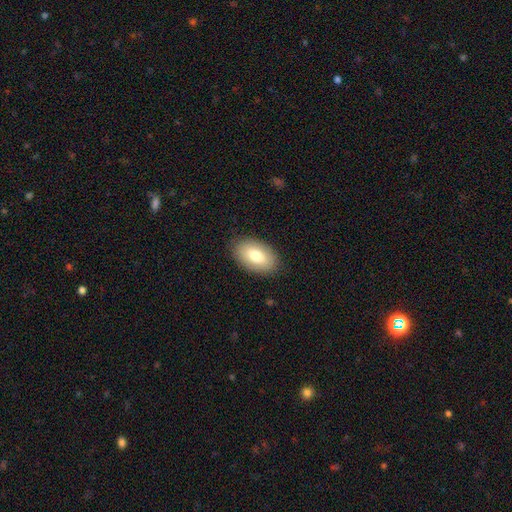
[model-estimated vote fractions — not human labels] Smooth or featured: smooth — 78% (featured or disk — 16%)
How rounded: in between — 93% (round — 5%)
Merging: none — 87% (minor disturbance — 10%)